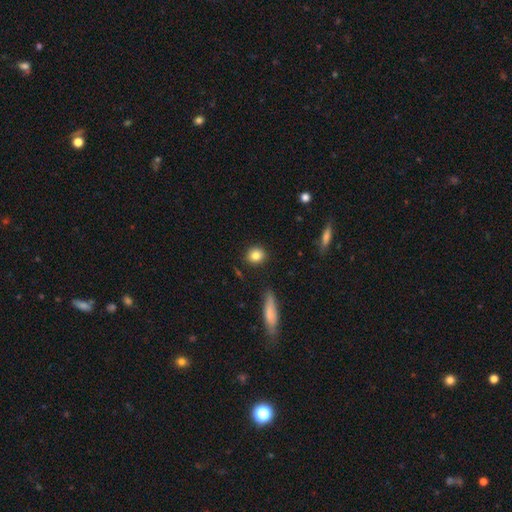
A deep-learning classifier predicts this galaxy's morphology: Smooth or featured? Predicted: smooth (p=0.83). How rounded? Predicted: round (p=0.80). Merging? Predicted: none (p=0.88).